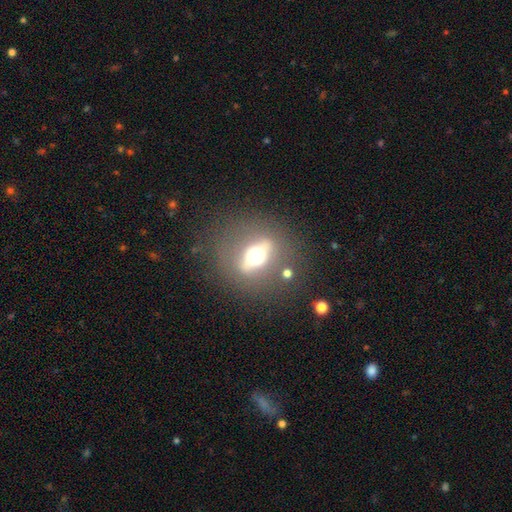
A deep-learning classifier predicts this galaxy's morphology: A featured or disk galaxy (61%) viewed edge-on (62%). Merging: none (80%).